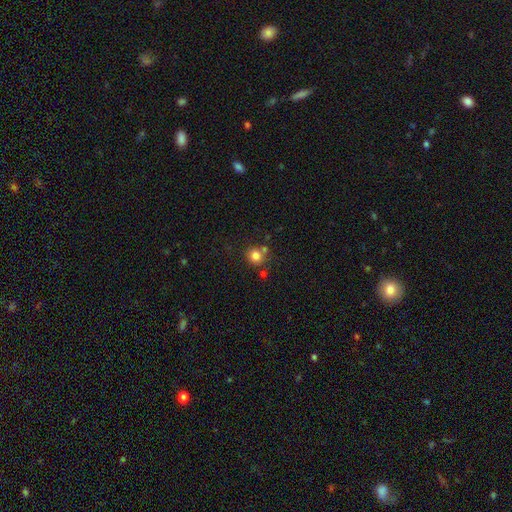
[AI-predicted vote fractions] This appears to be a smooth galaxy with no disk features (81%) that is round (89%). Merging: none (68%).